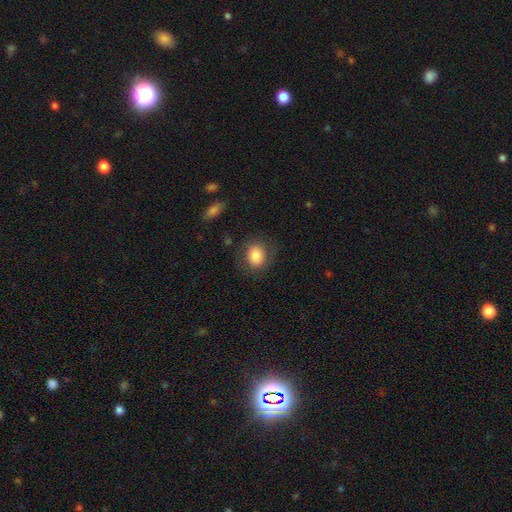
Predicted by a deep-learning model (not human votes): smooth_or_featured: smooth (p=0.82) [alt: featured or disk p=0.10]
how_rounded: round (p=0.62) [alt: in between p=0.37]
merging: none (p=0.79) [alt: minor disturbance p=0.13]